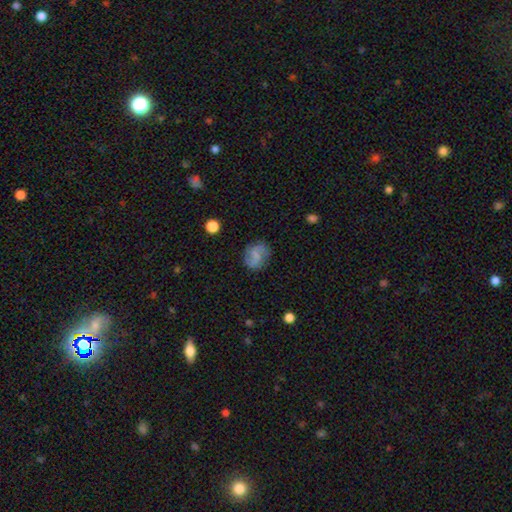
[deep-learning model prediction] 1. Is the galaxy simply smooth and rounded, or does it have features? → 47% featured or disk, 43% smooth, 9% star or artifact.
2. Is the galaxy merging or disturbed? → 74% none, 17% minor disturbance, 7% major disturbance, 2% merger.